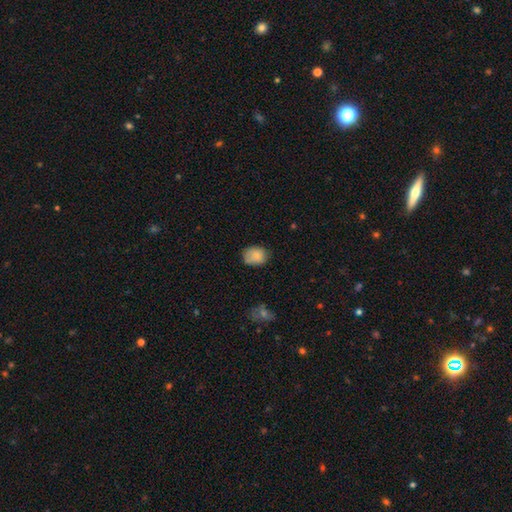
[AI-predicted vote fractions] Smooth or featured? smooth (83%)
How rounded? in between (58%)
Merging? none (67%)